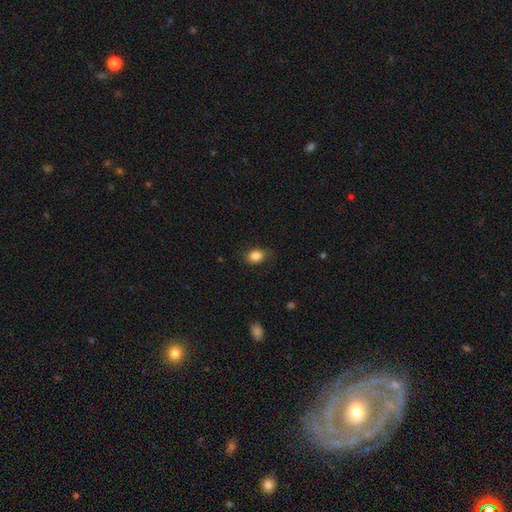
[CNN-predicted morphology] type=smooth (85%); roundness=in between (62%); merging=none (76%).